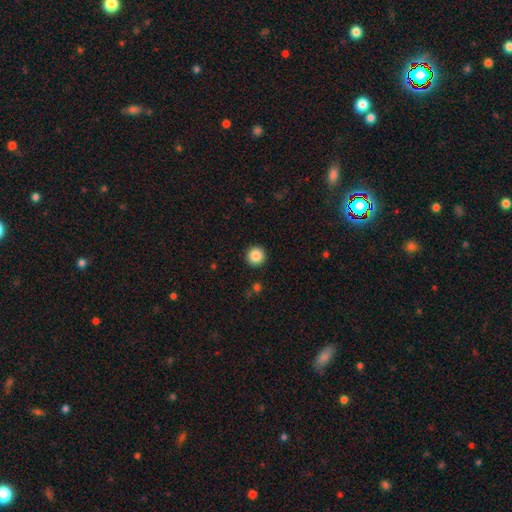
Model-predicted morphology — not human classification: type=smooth (87%); roundness=round (95%); merging=none (93%).